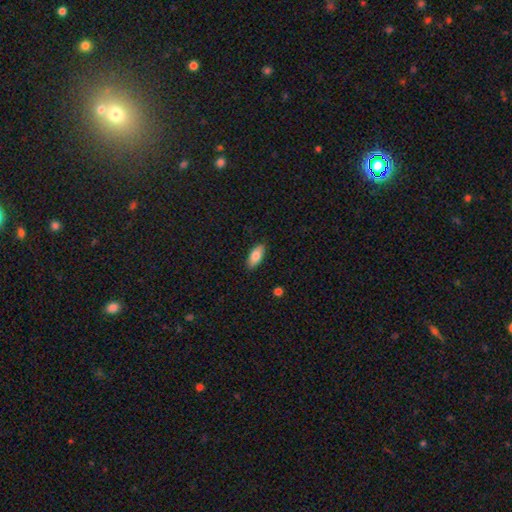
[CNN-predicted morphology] This is clearly a smooth galaxy (82%). How rounded: clearly in between (86%). Merging: clearly none (87%).